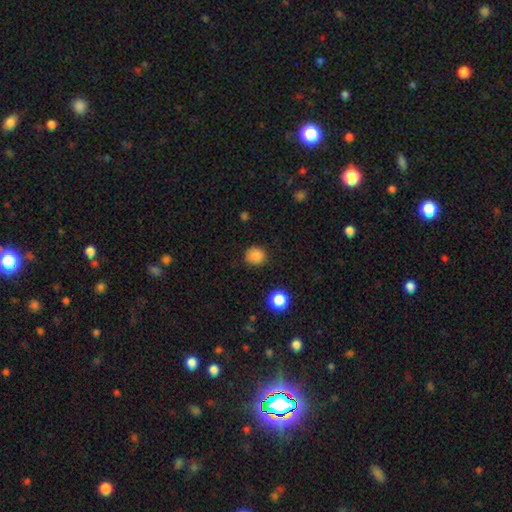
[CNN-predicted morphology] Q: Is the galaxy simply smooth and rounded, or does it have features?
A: smooth — 85%.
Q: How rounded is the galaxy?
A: round — 88%.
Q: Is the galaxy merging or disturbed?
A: none — 85%.